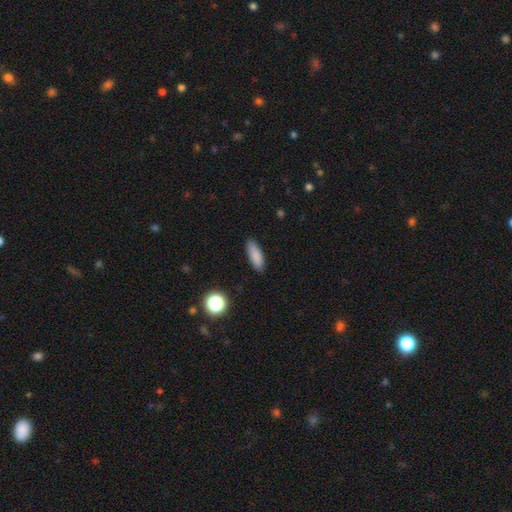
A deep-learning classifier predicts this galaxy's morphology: smooth-or-featured: smooth: 85% | star or artifact: 8% | featured or disk: 6%
  how-rounded: in between: 60% | cigar-shaped: 38% | round: 2%
  merging: none: 87% | minor disturbance: 9% | major disturbance: 2% | merger: 1%